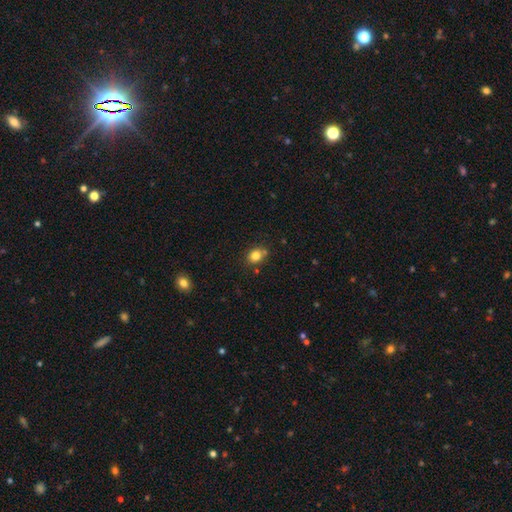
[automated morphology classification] The model was most divided on "how rounded": round: 55%, in between: 44%, cigar-shaped: 1%. More confident: smooth or featured — smooth (81%); merging — none (71%).